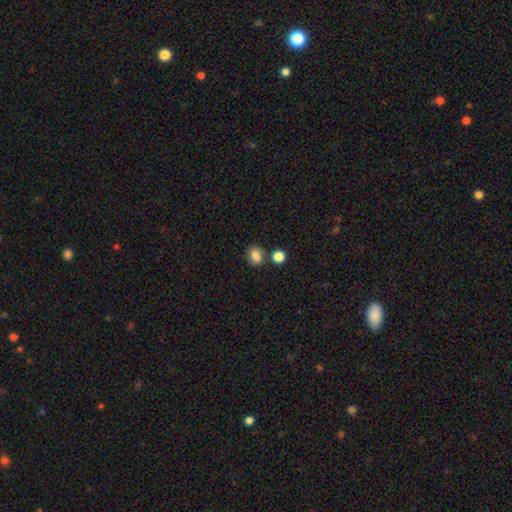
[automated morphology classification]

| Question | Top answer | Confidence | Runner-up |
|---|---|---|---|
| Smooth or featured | smooth | 84% | star or artifact (11%) |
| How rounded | in between | 54% | round (45%) |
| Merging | none | 69% | minor disturbance (14%) |